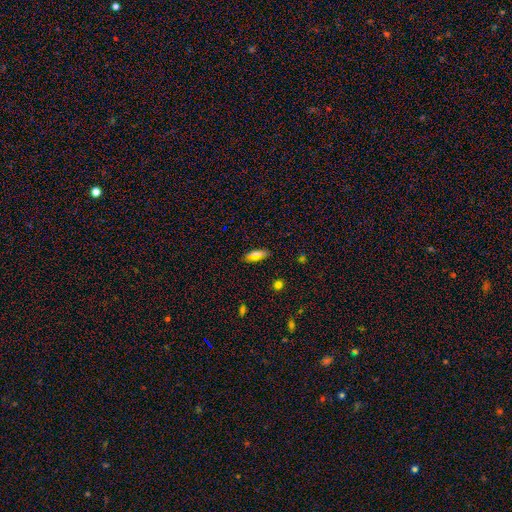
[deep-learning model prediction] A smooth galaxy with no disk features (70%) that is in between round and cigar-shaped (67%).

Vote fractions:
- Smooth or featured? smooth: 70% / featured or disk: 21% / star or artifact: 9%
- How rounded? in between: 67% / cigar-shaped: 30% / round: 3%
- Merging? none: 86% / minor disturbance: 11% / major disturbance: 2% / merger: 1%